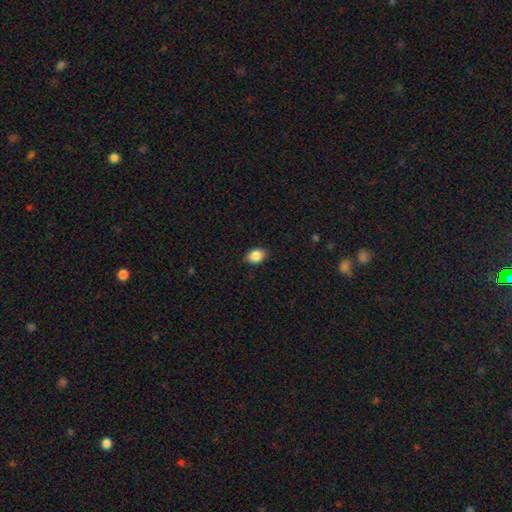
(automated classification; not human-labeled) A smooth galaxy with no disk features (88%) that is in between round and cigar-shaped (76%).

Vote fractions:
- Smooth or featured? smooth: 88% / star or artifact: 8% / featured or disk: 4%
- How rounded? in between: 76% / round: 23% / cigar-shaped: 1%
- Merging? none: 86% / minor disturbance: 10% / major disturbance: 2% / merger: 1%